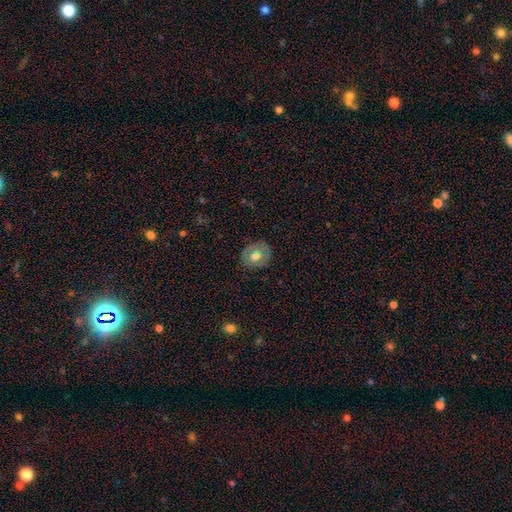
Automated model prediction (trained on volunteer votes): A smooth galaxy with no disk features (59%) that is round (64%). Merging: none (83%).